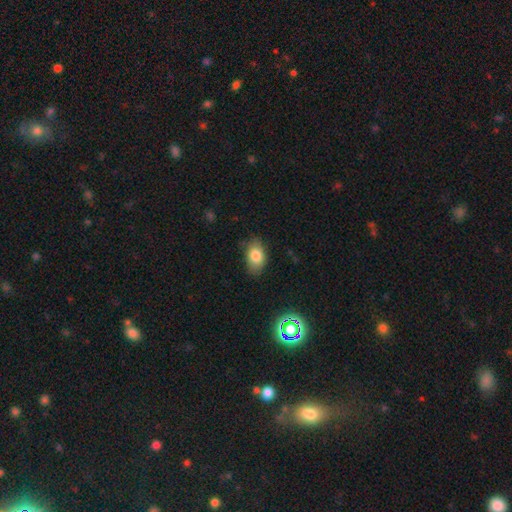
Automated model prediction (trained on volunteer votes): Morphology: type=smooth (81%); roundness=in between (86%); merging=none (76%).